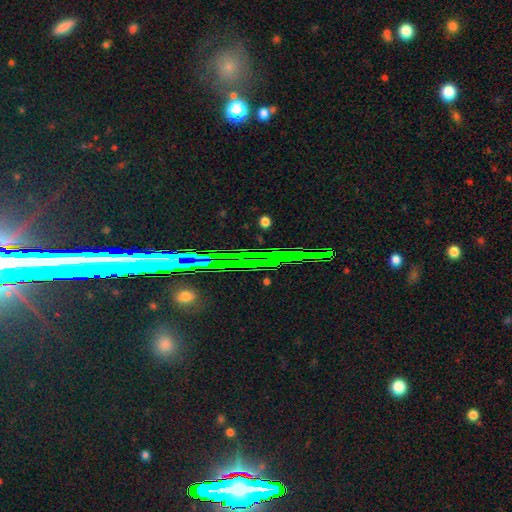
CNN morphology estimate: This appears to be a star or artifact, not a galaxy (79%).